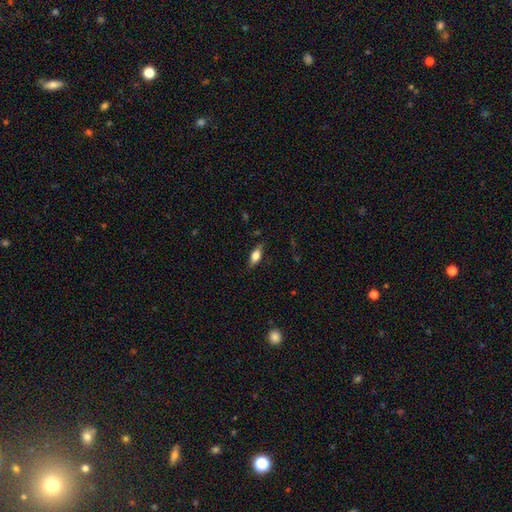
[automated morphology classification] This appears to be a smooth galaxy with no disk features (64%) that is in between round and cigar-shaped (76%). Merging: none (79%).